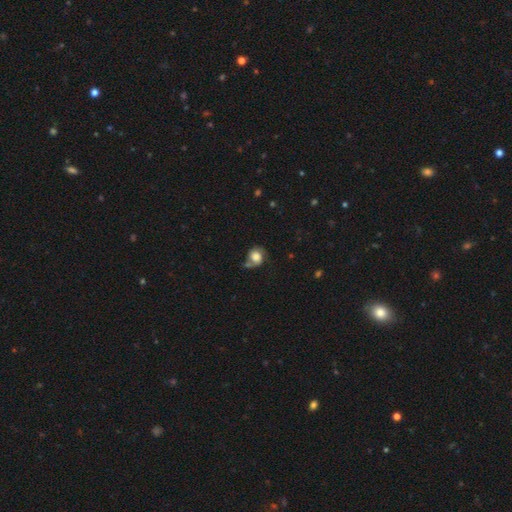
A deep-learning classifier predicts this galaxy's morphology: Q: Smooth or featured?
A: smooth (54%); runner-up: featured or disk (37%)
Q: How rounded?
A: round (73%); runner-up: in between (26%)
Q: Merging?
A: none (46%); runner-up: minor disturbance (26%)